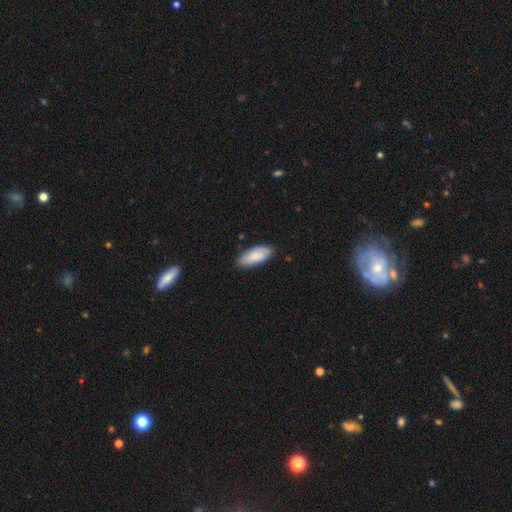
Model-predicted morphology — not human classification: This is clearly a smooth galaxy (85%). How rounded: clearly in between (83%). Merging: clearly none (83%).